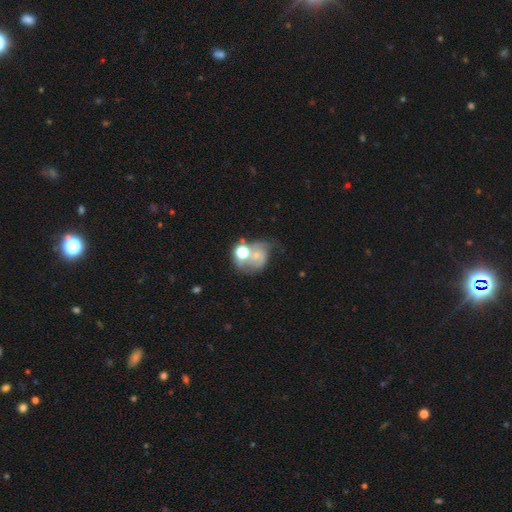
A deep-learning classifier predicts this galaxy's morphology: Overall: featured or disk (52%; smooth 34%). Edge-on disk: no (98%). Bar: no (74%). Spiral arms: yes (73%). Bulge size: small (46%; moderate 34%). Merging: none (30%; merger 28%).